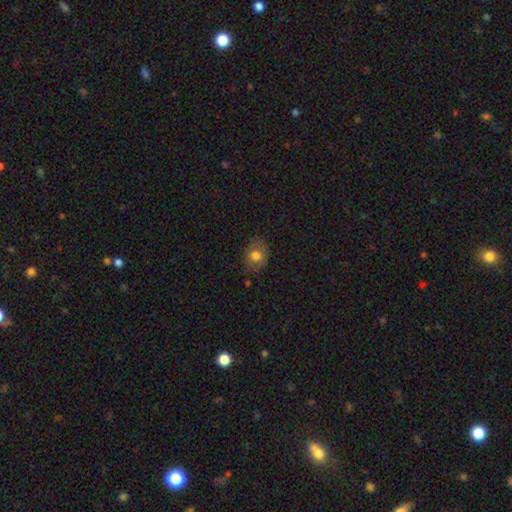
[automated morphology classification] smooth 71%, featured or disk 20%, star or artifact 9%. Down the decision tree: how rounded — round (51%); merging — none (75%).